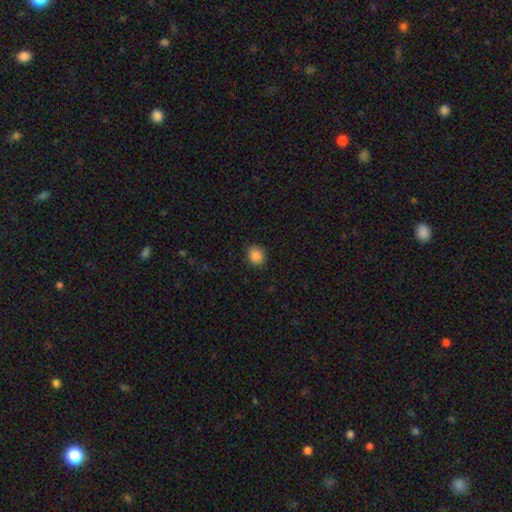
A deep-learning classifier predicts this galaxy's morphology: This appears to be a smooth galaxy with no disk features (87%) that is round (82%). Merging: none (88%).